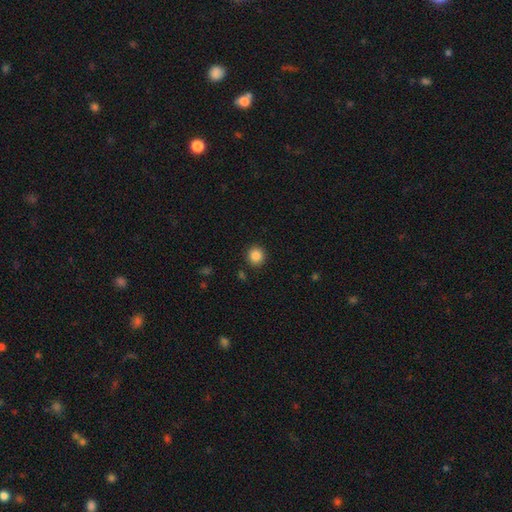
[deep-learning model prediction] Overall: smooth (87%). How rounded: round (92%). Merging: none (91%).